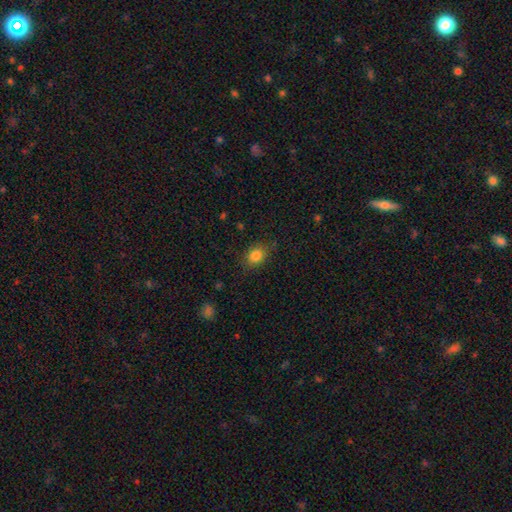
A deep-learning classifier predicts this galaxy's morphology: smooth-or-featured: smooth: 83% | star or artifact: 10% | featured or disk: 6%
  how-rounded: in between: 53% | round: 46% | cigar-shaped: 1%
  merging: none: 81% | minor disturbance: 14% | major disturbance: 4% | merger: 1%